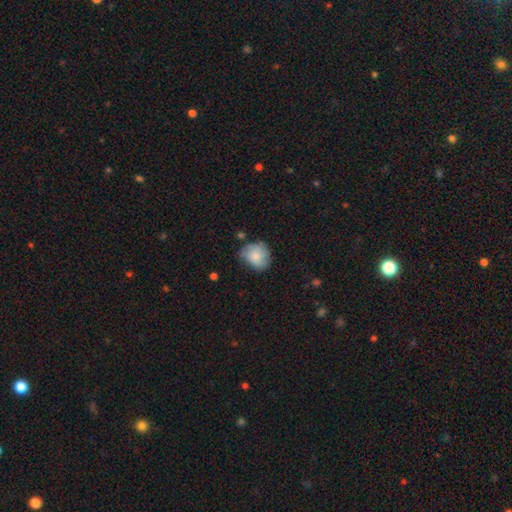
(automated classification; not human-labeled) This is likely a smooth galaxy (72%). How rounded: likely round (66%). Merging: possibly none (57%).